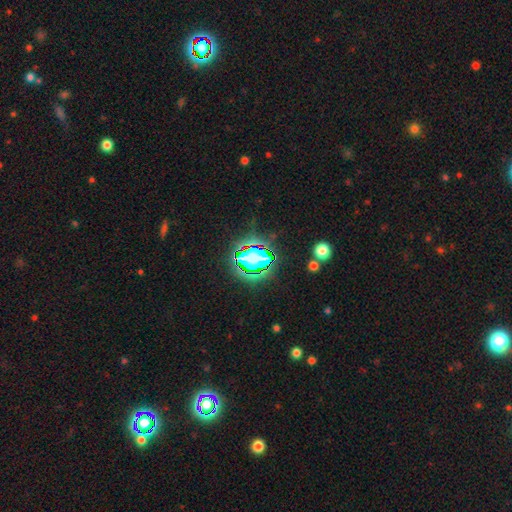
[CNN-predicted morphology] Smooth or featured?
  - star or artifact: 64% *
  - smooth: 23%
  - featured or disk: 13%